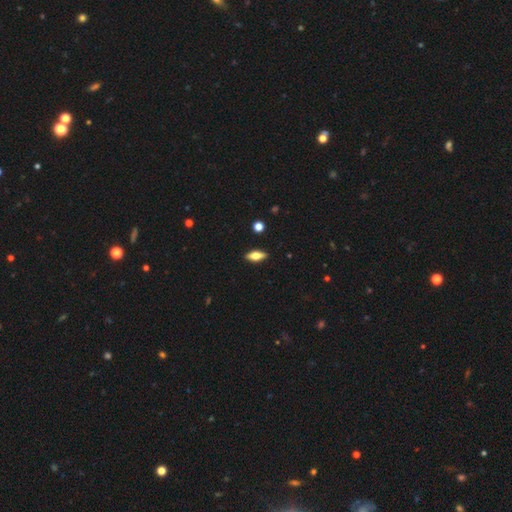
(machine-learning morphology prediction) Q: Smooth or featured?
A: smooth (53%); runner-up: featured or disk (40%)
Q: How rounded?
A: in between (68%); runner-up: cigar-shaped (28%)
Q: Merging?
A: none (89%); runner-up: minor disturbance (8%)